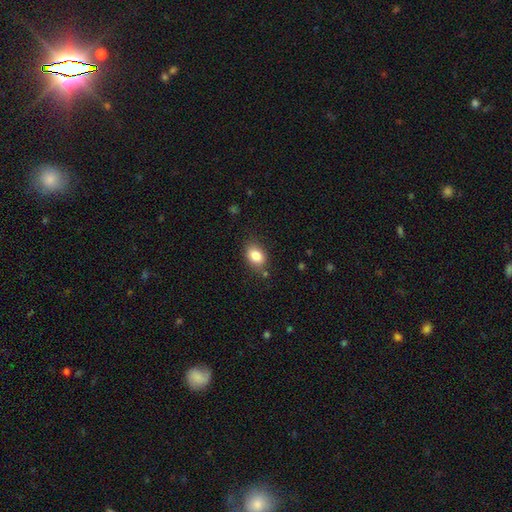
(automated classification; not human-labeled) Smooth or featured: smooth — 85% (star or artifact — 8%)
How rounded: in between — 78% (round — 20%)
Merging: none — 79% (minor disturbance — 14%)